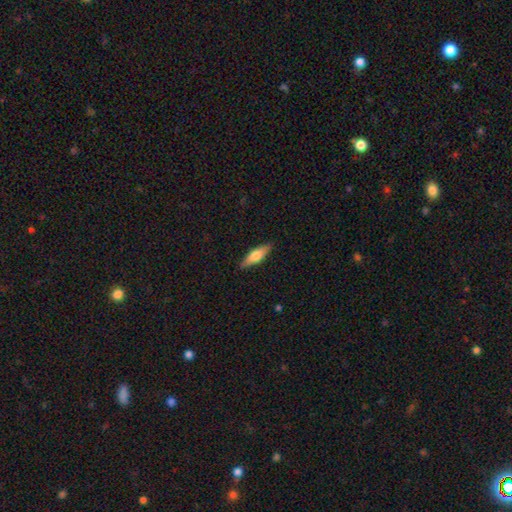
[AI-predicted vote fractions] Q: Smooth or featured?
A: smooth (57%); runner-up: featured or disk (37%)
Q: How rounded?
A: cigar-shaped (55%); runner-up: in between (43%)
Q: Merging?
A: none (88%); runner-up: minor disturbance (9%)